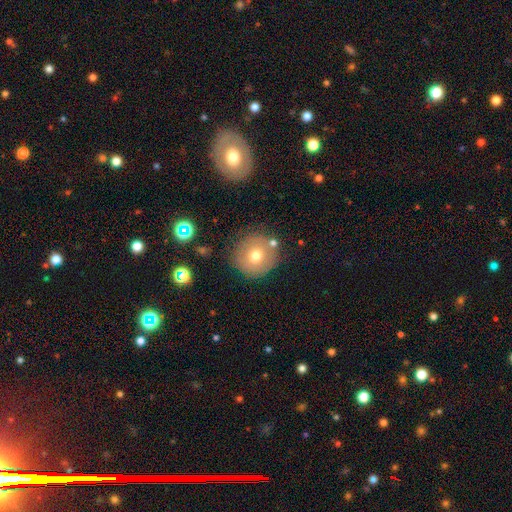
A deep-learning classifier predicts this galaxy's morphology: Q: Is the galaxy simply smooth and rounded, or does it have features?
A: smooth — 70%.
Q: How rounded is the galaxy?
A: round — 92%.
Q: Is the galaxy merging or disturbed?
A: none — 79%.